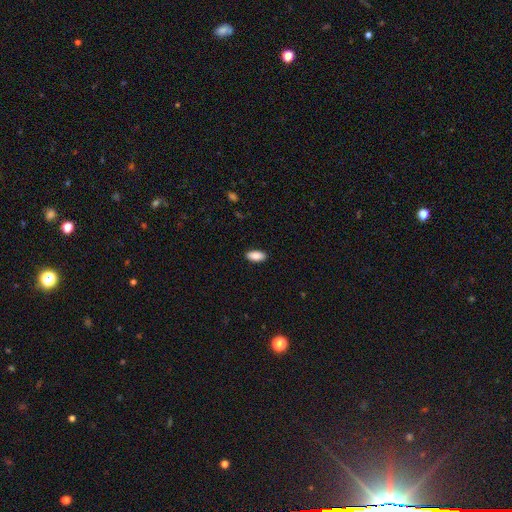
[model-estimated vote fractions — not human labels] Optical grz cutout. It shows a smooth galaxy with no disk features (89%) that is in between round and cigar-shaped (91%). Merging: none (90%).